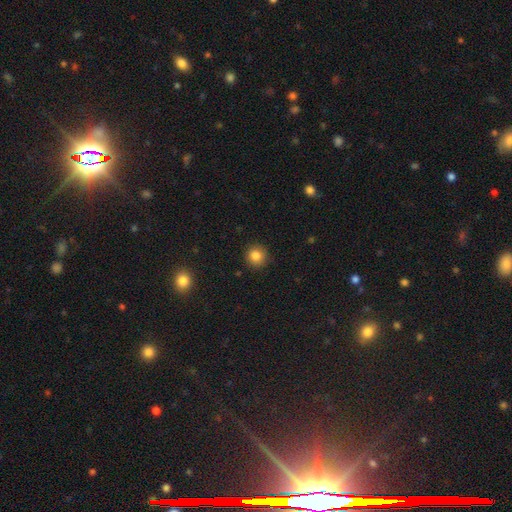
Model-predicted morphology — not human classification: The model was most divided on "smooth or featured": smooth: 84%, star or artifact: 11%, featured or disk: 5%. More confident: how rounded — round (93%); merging — none (90%).